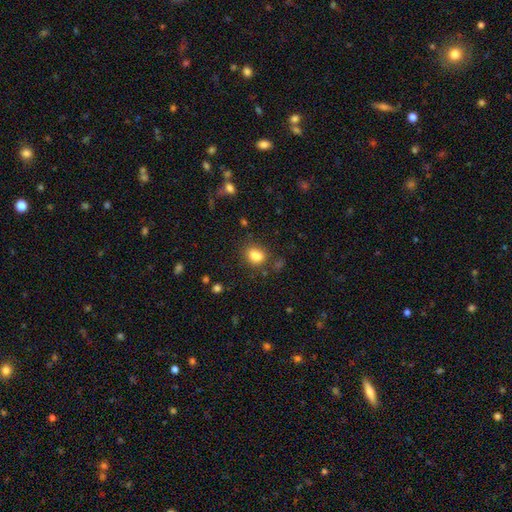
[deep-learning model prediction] Smooth or featured: smooth — 83% (star or artifact — 11%)
How rounded: in between — 61% (round — 37%)
Merging: none — 72% (minor disturbance — 16%)